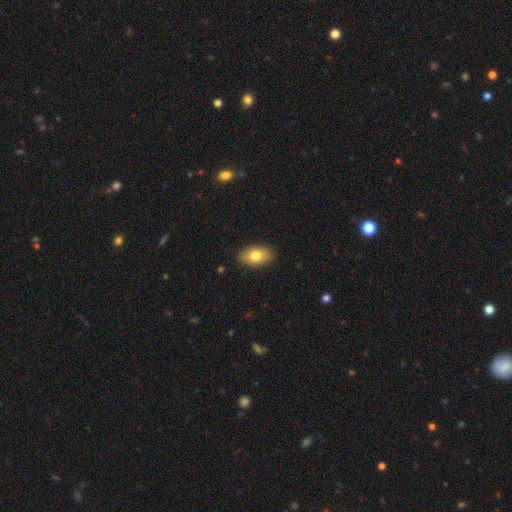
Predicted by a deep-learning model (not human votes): smooth-or-featured: smooth: 78% | featured or disk: 15% | star or artifact: 7%
  how-rounded: in between: 92% | round: 6% | cigar-shaped: 2%
  merging: none: 89% | minor disturbance: 8% | major disturbance: 2% | merger: 1%